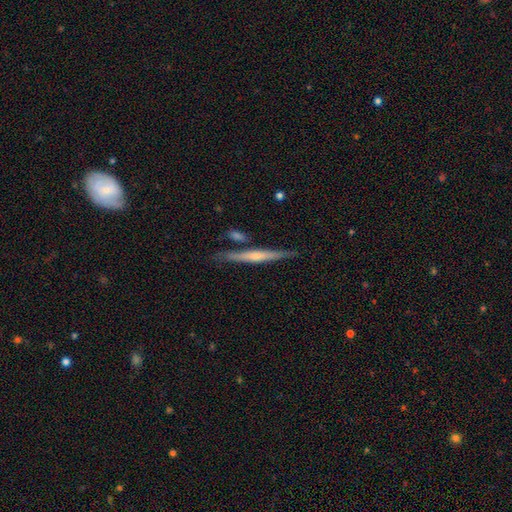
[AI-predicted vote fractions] smooth-or-featured: featured or disk: 66% | smooth: 28% | star or artifact: 6%
  disk-edge-on: yes: 97% | no: 3%
    edge-on-bulge: rounded: 57% | none: 34% | boxy: 9%
  merging: none: 82% | minor disturbance: 10% | merger: 6% | major disturbance: 2%